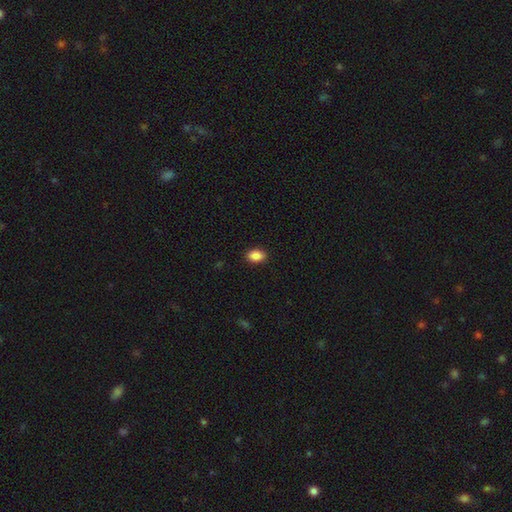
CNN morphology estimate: Smooth or featured? smooth (88%)
How rounded? in between (84%)
Merging? none (90%)